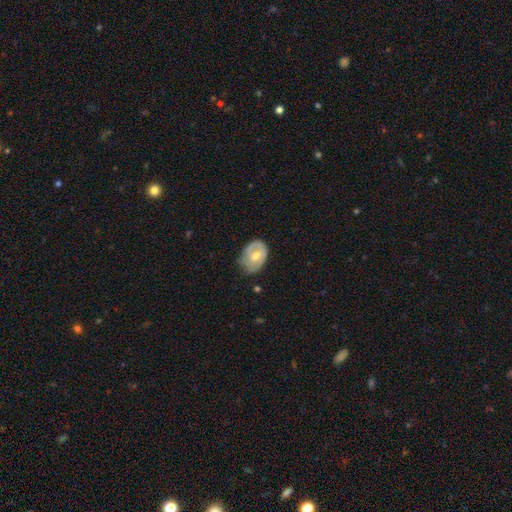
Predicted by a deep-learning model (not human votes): Smooth or featured? featured or disk (53%)
Edge-on disk? no (95%)
Merging? none (55%)